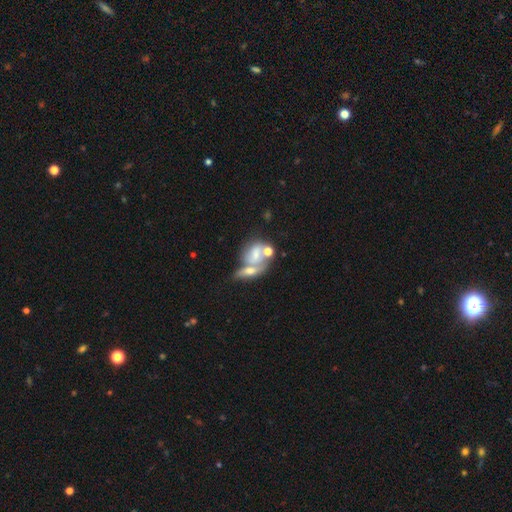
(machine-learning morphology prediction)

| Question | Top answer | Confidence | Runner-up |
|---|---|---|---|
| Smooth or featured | smooth | 45% | featured or disk (44%) |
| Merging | merger | 59% | none (19%) |